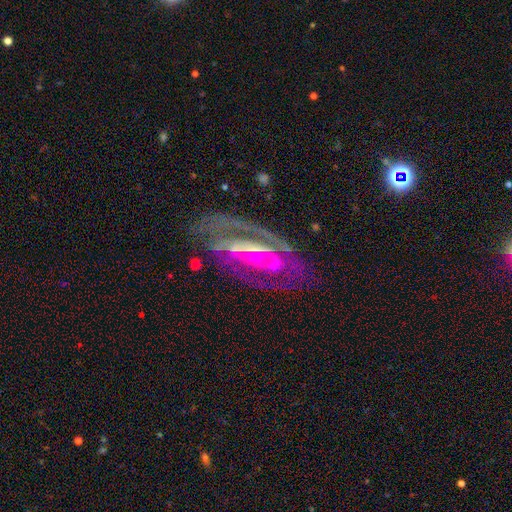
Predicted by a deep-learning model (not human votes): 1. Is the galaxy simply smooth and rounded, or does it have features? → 84% featured or disk, 9% smooth, 7% star or artifact.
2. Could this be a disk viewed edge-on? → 93% no, 7% yes.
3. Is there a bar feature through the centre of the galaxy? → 35% no, 33% strong, 32% weak.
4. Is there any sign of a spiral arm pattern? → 77% yes, 23% no.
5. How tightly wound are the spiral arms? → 48% tight, 38% medium, 13% loose.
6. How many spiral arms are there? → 63% 2, 19% can't tell, 6% 1, 6% 3, 3% 4, 3% more than 4.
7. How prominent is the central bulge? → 55% small, 33% moderate, 6% none, 5% large, 2% dominant.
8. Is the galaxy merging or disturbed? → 66% none, 18% minor disturbance, 12% major disturbance, 4% merger.